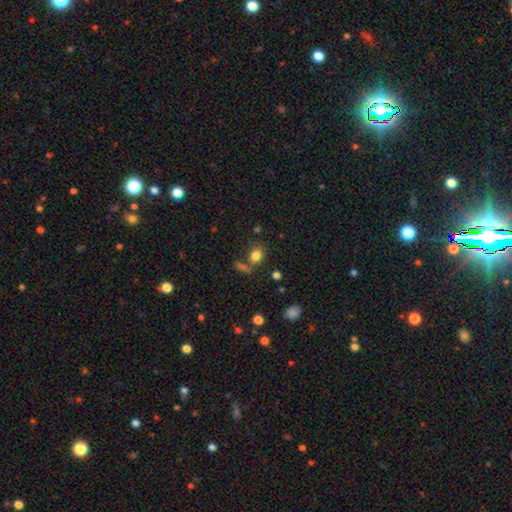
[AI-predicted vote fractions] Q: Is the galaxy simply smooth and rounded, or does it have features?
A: smooth — 80%.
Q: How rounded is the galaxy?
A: in between — 65%.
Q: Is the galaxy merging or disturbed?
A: none — 66%.